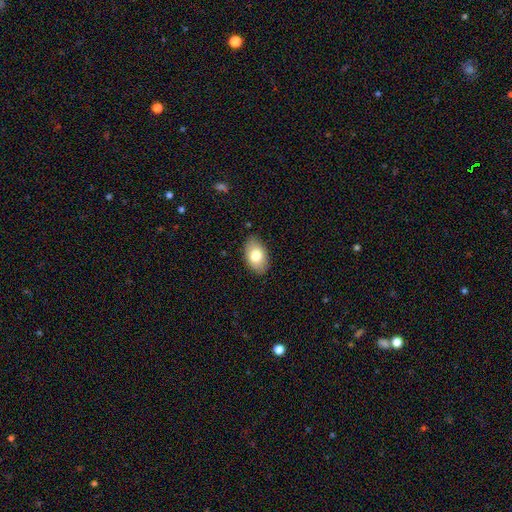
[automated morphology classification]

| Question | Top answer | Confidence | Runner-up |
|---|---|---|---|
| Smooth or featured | smooth | 78% | featured or disk (15%) |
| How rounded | in between | 92% | round (7%) |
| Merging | none | 84% | minor disturbance (12%) |